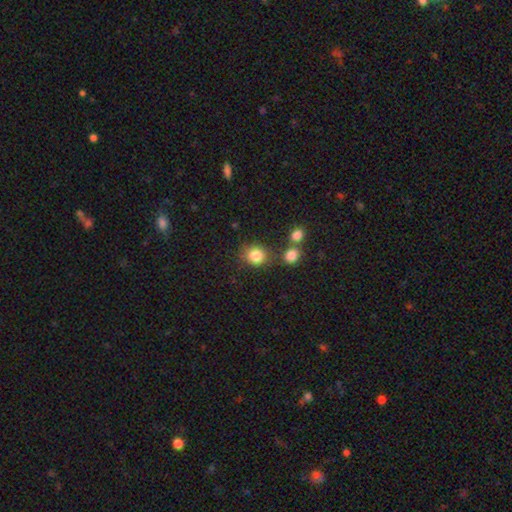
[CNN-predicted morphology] The model was most divided on "merging": none: 71%, minor disturbance: 13%, merger: 12%, major disturbance: 4%. More confident: smooth or featured — smooth (83%); how rounded — round (79%).